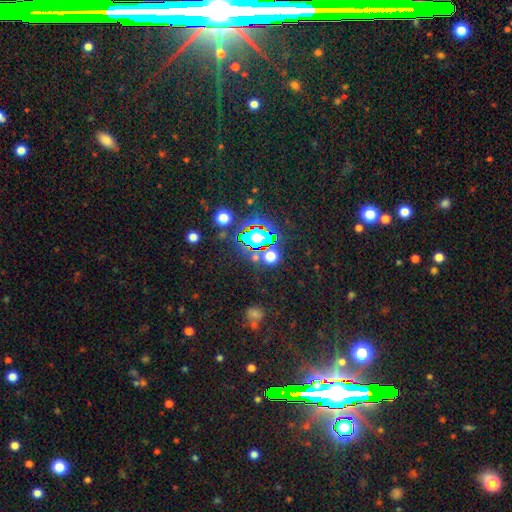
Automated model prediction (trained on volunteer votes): Smooth or featured: star or artifact — 73% (smooth — 18%)